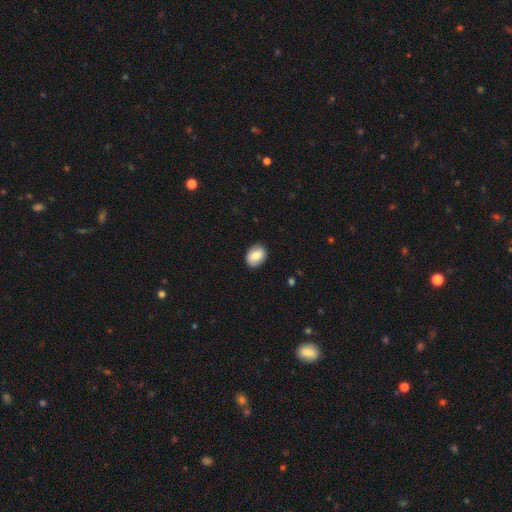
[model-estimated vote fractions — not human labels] smooth_or_featured: smooth (p=0.83) [alt: featured or disk p=0.10]
how_rounded: in between (p=0.64) [alt: round p=0.35]
merging: none (p=0.89) [alt: minor disturbance p=0.09]